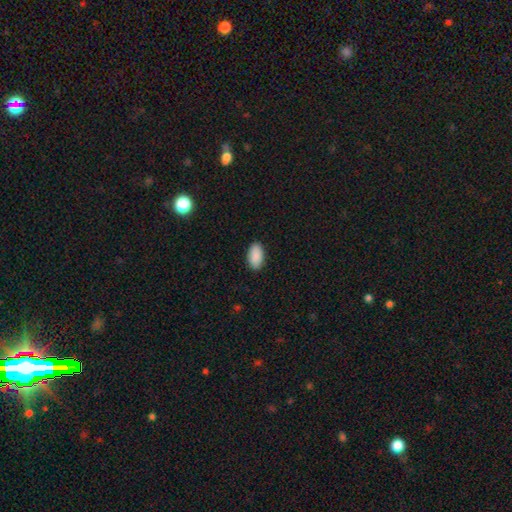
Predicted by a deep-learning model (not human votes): smooth 91%, star or artifact 6%, featured or disk 3%. Down the decision tree: how rounded — in between (95%); merging — none (89%).